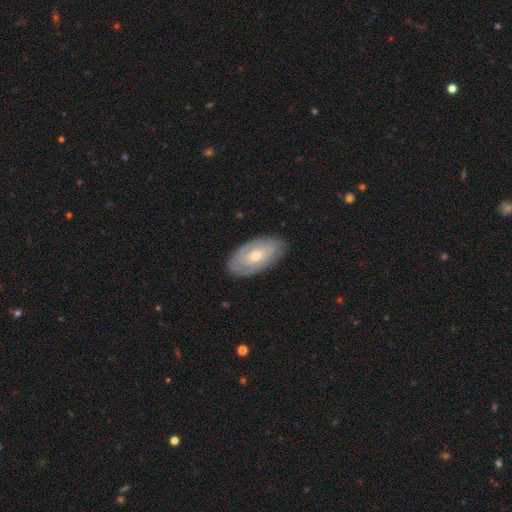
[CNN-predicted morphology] Smooth or featured? Predicted: featured or disk (p=0.64). Edge-on disk? Predicted: no (p=0.92). Bar? Predicted: no (p=0.69). Spiral arms? Predicted: yes (p=0.74). Bulge size? Predicted: moderate (p=0.57). Merging? Predicted: none (p=0.82).